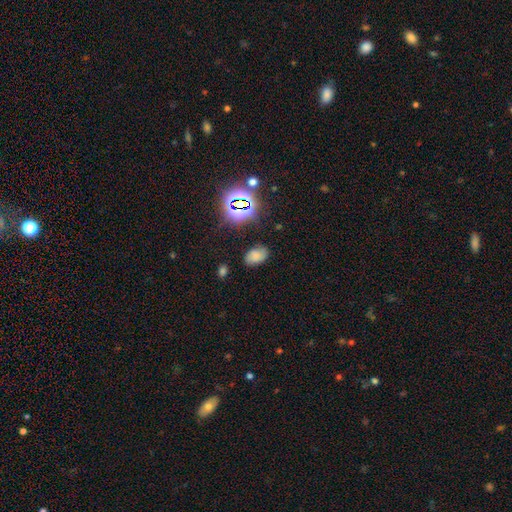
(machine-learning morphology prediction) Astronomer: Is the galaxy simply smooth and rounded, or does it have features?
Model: smooth — 63%.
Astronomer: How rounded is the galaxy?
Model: in between — 87%.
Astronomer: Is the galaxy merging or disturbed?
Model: none — 74%.